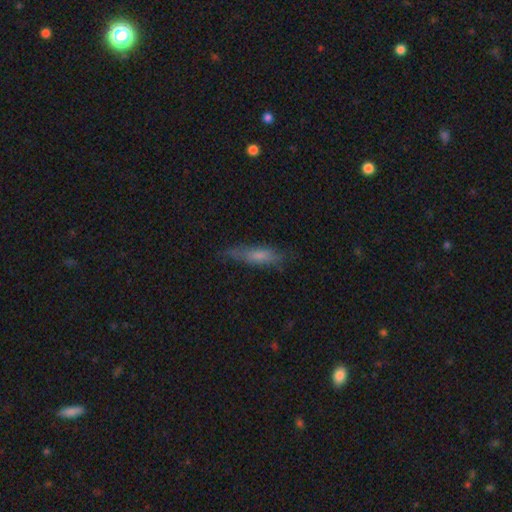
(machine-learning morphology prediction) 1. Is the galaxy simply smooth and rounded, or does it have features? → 58% smooth, 32% featured or disk, 10% star or artifact.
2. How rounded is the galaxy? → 75% cigar-shaped, 23% in between, 2% round.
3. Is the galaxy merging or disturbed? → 73% none, 20% minor disturbance, 5% major disturbance, 2% merger.